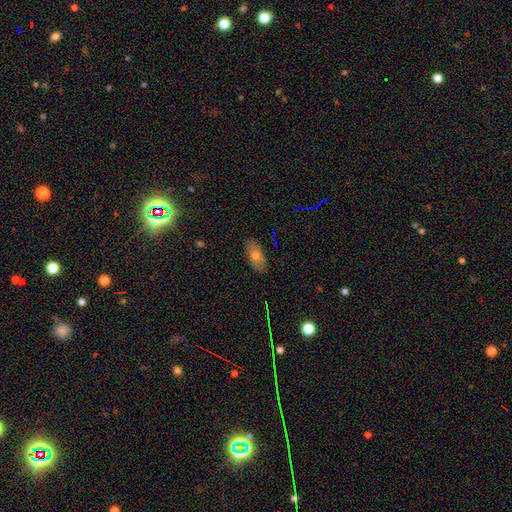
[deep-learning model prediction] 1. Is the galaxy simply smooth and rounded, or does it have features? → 63% smooth, 25% featured or disk, 12% star or artifact.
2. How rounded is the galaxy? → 90% in between, 6% cigar-shaped, 4% round.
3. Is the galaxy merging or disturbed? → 85% none, 12% minor disturbance, 2% major disturbance, 1% merger.